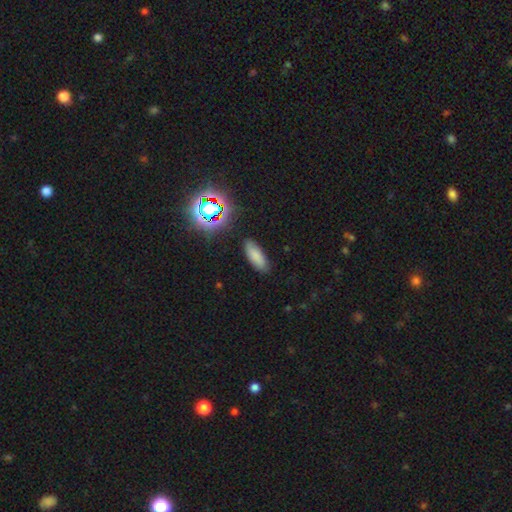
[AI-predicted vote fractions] Overall: smooth (77%). How rounded: in between (75%). Merging: none (83%).